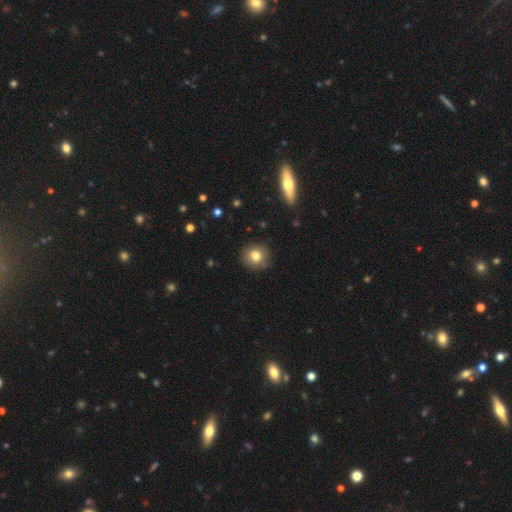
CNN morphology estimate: Smooth or featured? smooth (80%)
How rounded? round (86%)
Merging? none (85%)